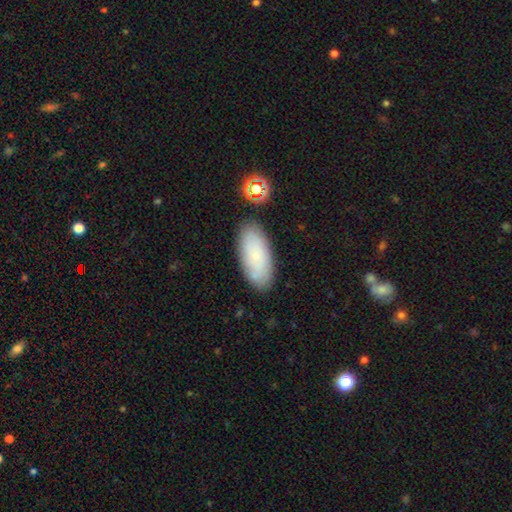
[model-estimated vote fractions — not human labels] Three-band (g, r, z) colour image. It shows a smooth galaxy with no disk features (76%) that is in between round and cigar-shaped (87%). Merging: none (82%).